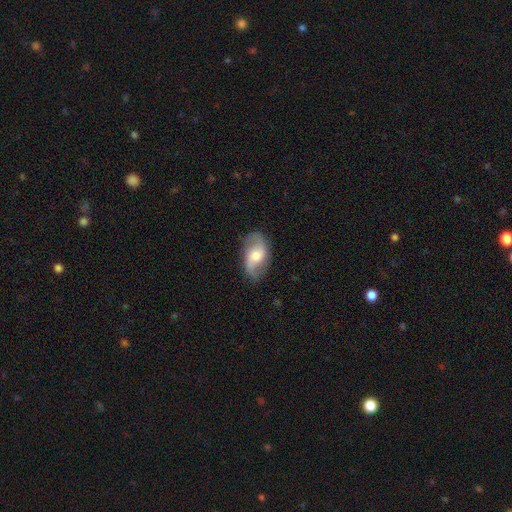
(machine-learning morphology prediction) A featured or disk galaxy (69%) with no bar (49%), 2 (89%) loose (55%) spiral arms (89%) and a moderate central bulge (64%). Merging: none (80%).